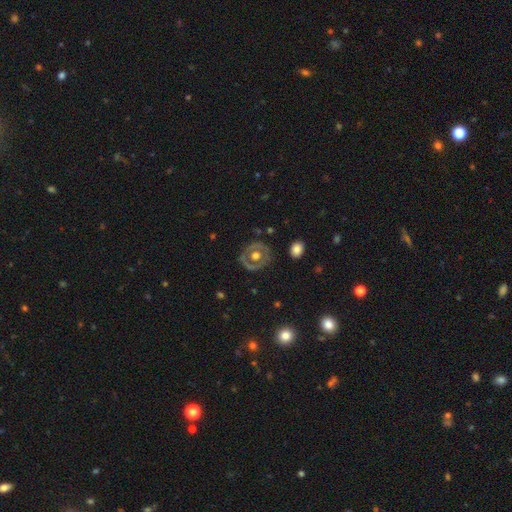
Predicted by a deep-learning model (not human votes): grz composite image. It shows a featured or disk galaxy (58%) with no bar (86%), no spiral arms (84%) and a moderate central bulge (60%). Merging: none (79%).